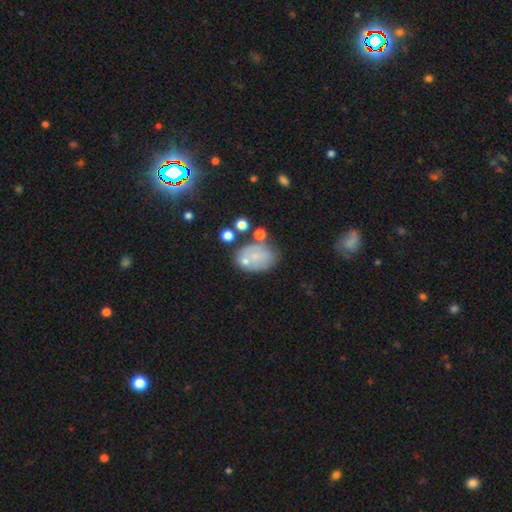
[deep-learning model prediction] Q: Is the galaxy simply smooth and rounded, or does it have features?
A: smooth — 61%.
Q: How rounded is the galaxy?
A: in between — 76%.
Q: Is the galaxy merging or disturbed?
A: none — 50%.